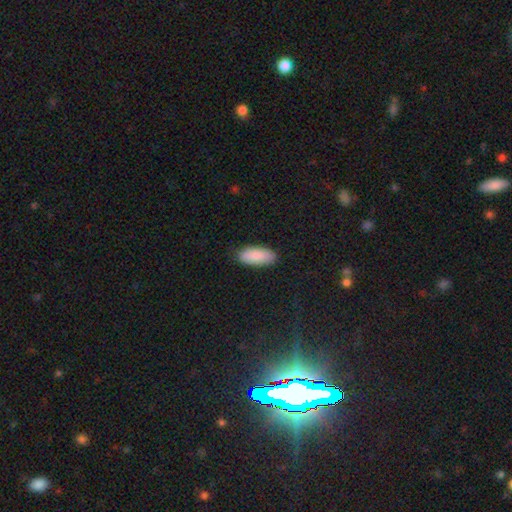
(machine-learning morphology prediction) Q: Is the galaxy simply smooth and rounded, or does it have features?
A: smooth — 88%.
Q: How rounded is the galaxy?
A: in between — 87%.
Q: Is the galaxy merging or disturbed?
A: none — 86%.